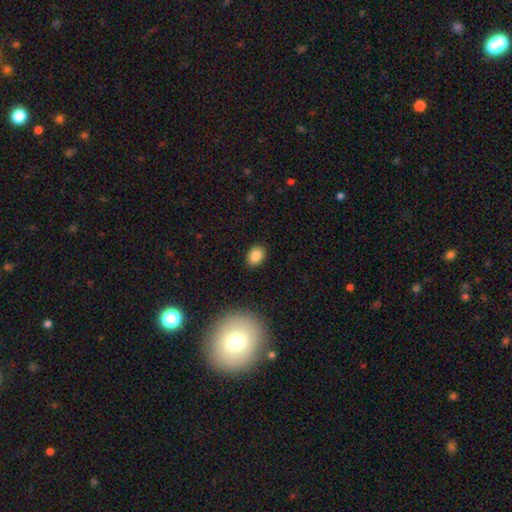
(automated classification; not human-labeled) smooth-or-featured: smooth: 86% | star or artifact: 9% | featured or disk: 4%
  how-rounded: in between: 73% | round: 26% | cigar-shaped: 1%
  merging: none: 88% | minor disturbance: 9% | major disturbance: 2% | merger: 1%